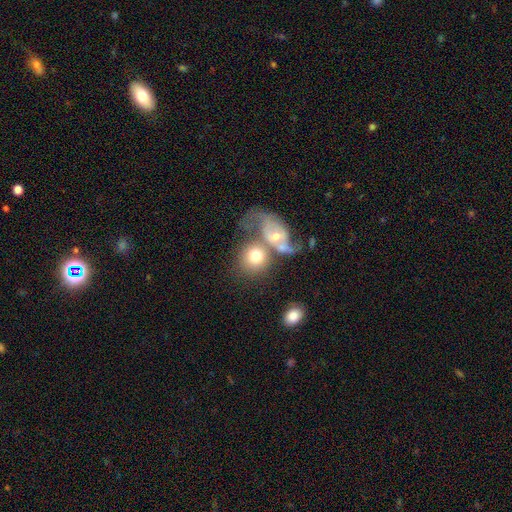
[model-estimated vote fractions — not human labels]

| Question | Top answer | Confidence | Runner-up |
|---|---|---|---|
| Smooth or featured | smooth | 61% | featured or disk (30%) |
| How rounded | round | 69% | in between (29%) |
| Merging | merger | 53% | none (22%) |